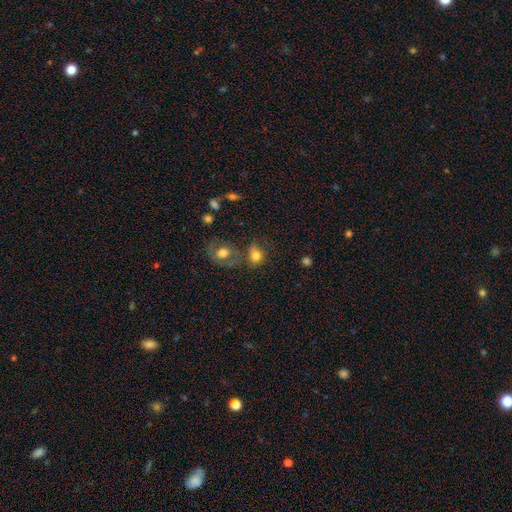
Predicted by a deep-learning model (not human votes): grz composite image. It shows a smooth galaxy with no disk features (76%) that is round (59%). Merging: none (43%).